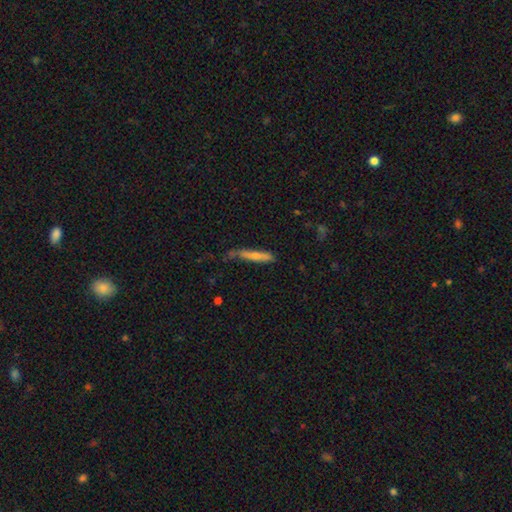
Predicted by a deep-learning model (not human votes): Q: Smooth or featured?
A: smooth (64%); runner-up: featured or disk (29%)
Q: How rounded?
A: cigar-shaped (91%); runner-up: in between (7%)
Q: Merging?
A: none (58%); runner-up: minor disturbance (29%)